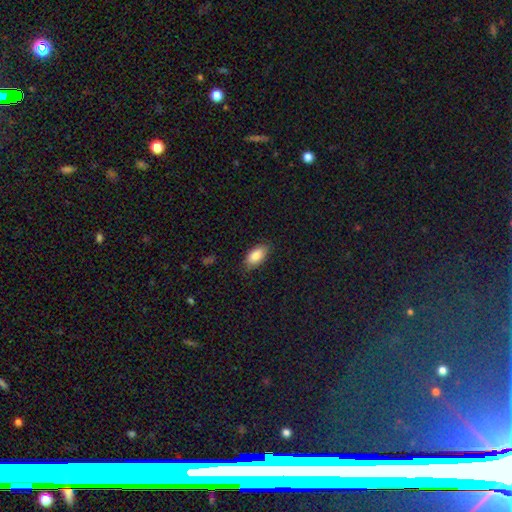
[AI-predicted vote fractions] This appears to be a smooth galaxy with no disk features (86%) that is in between round and cigar-shaped (91%). Merging: none (84%).